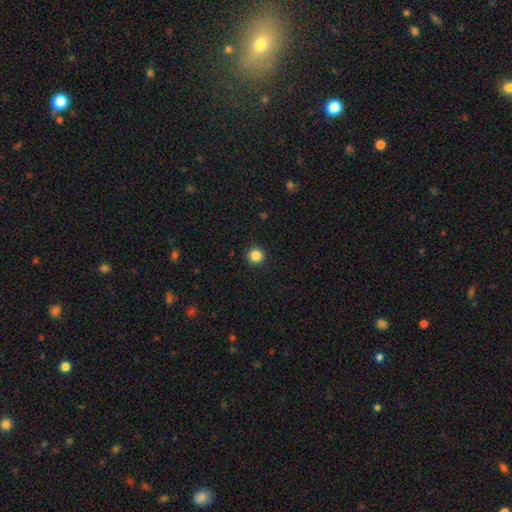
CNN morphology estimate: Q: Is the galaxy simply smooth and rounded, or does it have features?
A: smooth — 86%.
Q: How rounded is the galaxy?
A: round — 96%.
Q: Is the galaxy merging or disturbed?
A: none — 93%.